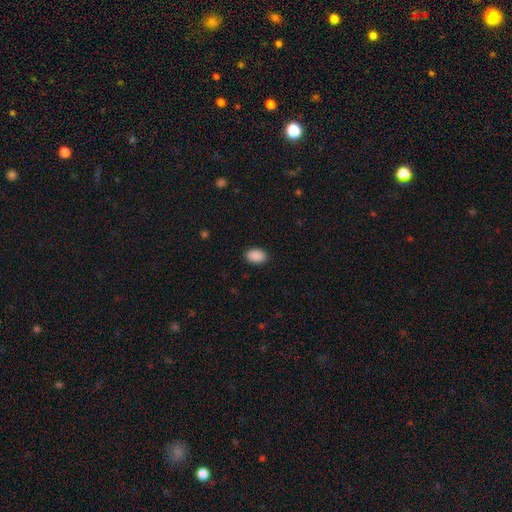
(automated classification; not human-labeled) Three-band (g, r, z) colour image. It shows a smooth galaxy with no disk features (91%) that is in between round and cigar-shaped (89%). Merging: none (89%).